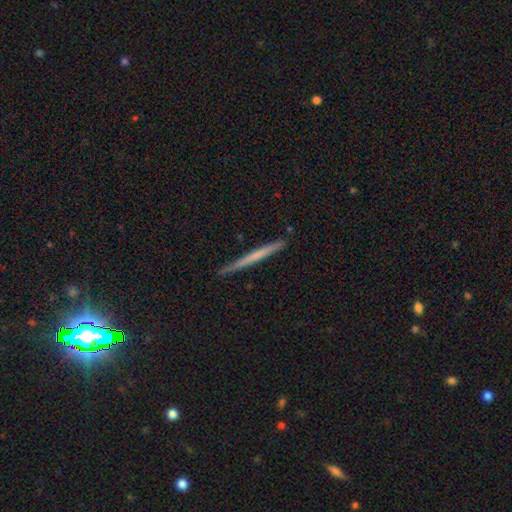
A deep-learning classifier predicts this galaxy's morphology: Q: Smooth or featured?
A: smooth (50%); runner-up: featured or disk (44%)
Q: How rounded?
A: cigar-shaped (97%); runner-up: in between (2%)
Q: Merging?
A: none (90%); runner-up: minor disturbance (7%)